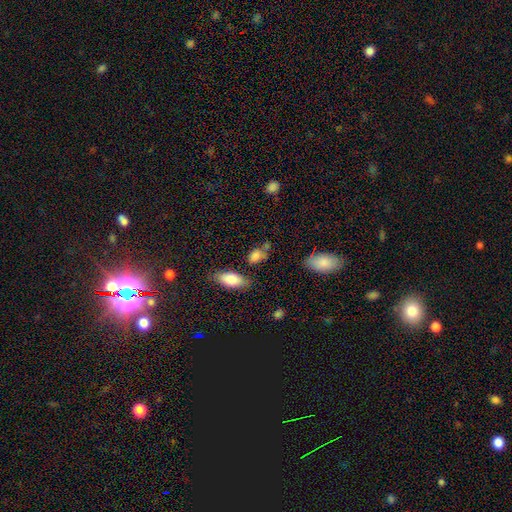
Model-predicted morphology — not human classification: Smooth or featured: smooth — 79% (star or artifact — 11%)
How rounded: in between — 76% (round — 19%)
Merging: none — 54% (minor disturbance — 22%)